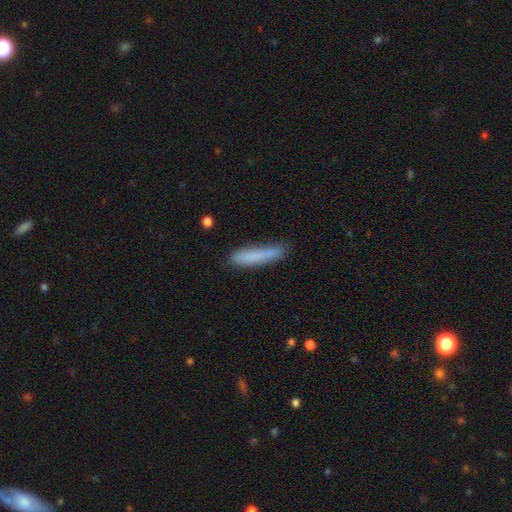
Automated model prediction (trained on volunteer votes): Smooth or featured: smooth — 80% (featured or disk — 13%)
How rounded: cigar-shaped — 91% (in between — 7%)
Merging: none — 78% (minor disturbance — 16%)